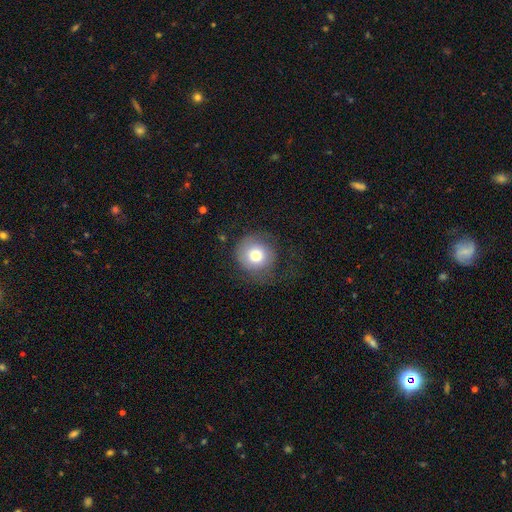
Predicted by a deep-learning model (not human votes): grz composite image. It shows a smooth galaxy with no disk features (71%) that is round (91%). Merging: none (61%).